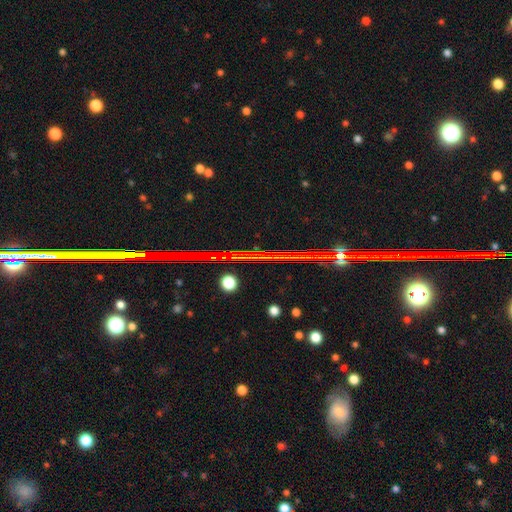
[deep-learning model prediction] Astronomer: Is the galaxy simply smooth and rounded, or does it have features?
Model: star or artifact — 73%.